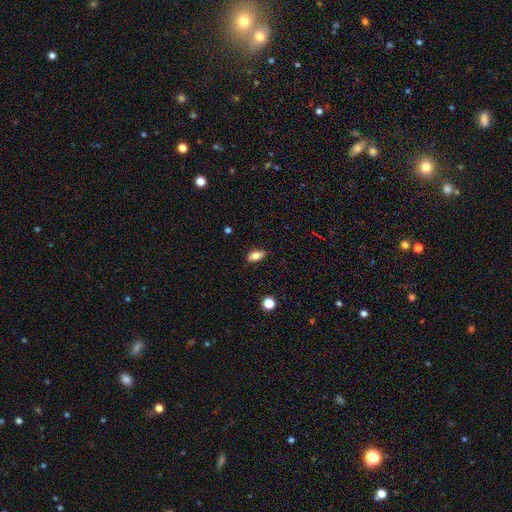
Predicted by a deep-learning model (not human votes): smooth_or_featured: smooth (p=0.80) [alt: featured or disk p=0.12]
how_rounded: in between (p=0.88) [alt: cigar-shaped p=0.07]
merging: none (p=0.86) [alt: minor disturbance p=0.10]